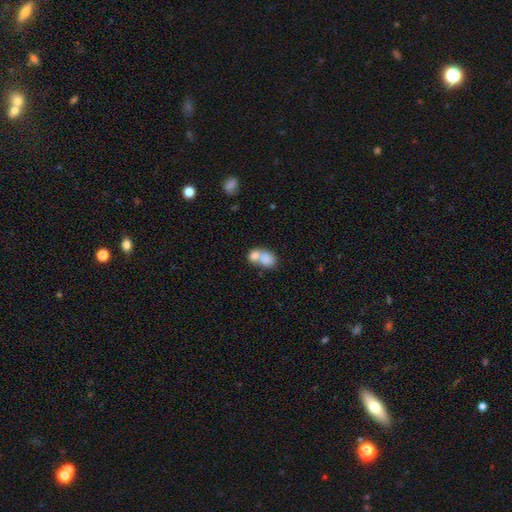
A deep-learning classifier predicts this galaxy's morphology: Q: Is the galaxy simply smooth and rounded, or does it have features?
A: smooth — 77%.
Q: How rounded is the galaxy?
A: in between — 68%.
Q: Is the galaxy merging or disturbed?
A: merger — 67%.